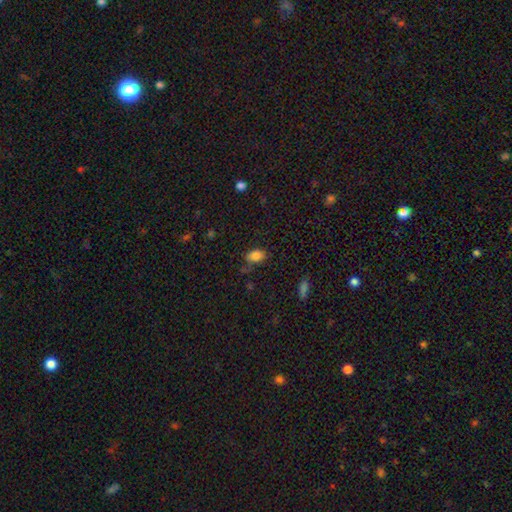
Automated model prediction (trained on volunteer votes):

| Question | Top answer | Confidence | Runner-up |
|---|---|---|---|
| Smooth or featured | smooth | 84% | star or artifact (11%) |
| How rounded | in between | 87% | round (11%) |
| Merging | none | 68% | minor disturbance (21%) |